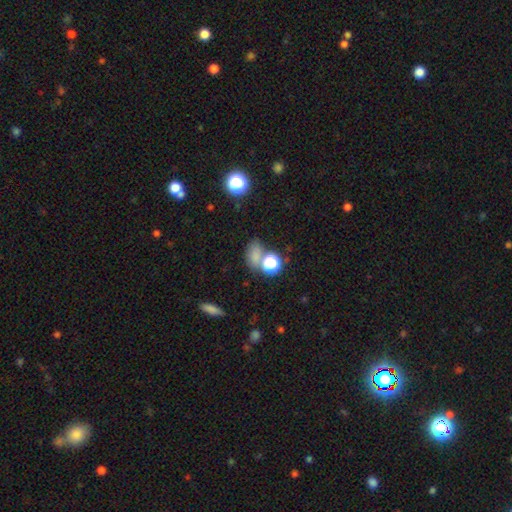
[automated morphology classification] This appears to be a smooth galaxy with no disk features (66%) that is in between round and cigar-shaped (60%). Merging: none (52%).